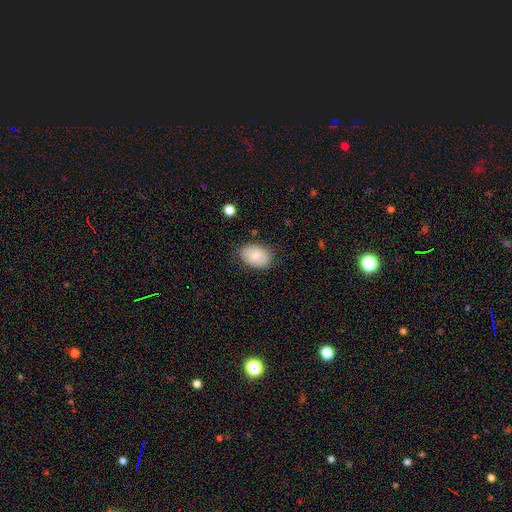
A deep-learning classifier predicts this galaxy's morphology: This is likely a smooth galaxy (72%). How rounded: clearly in between (82%). Merging: likely none (78%).